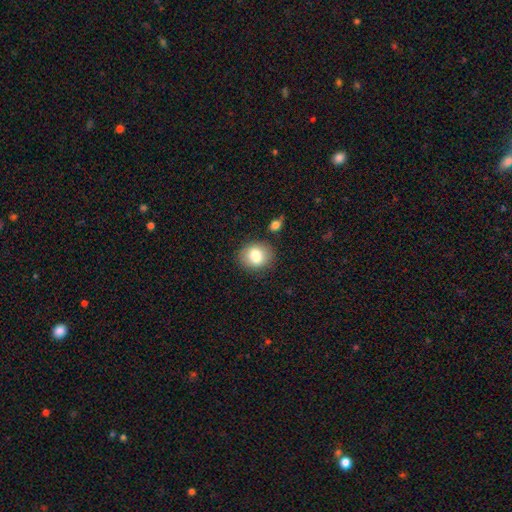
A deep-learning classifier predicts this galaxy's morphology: type=smooth (81%); roundness=round (66%); merging=none (84%).